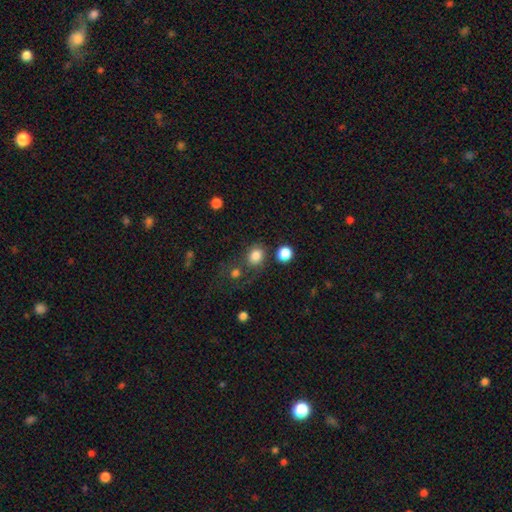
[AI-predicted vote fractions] A smooth galaxy with no disk features (83%) that is round (73%). Merging: none (65%).